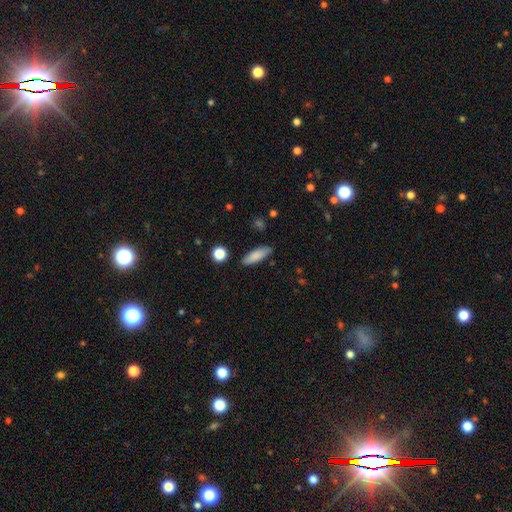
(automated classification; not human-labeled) smooth_or_featured: smooth (p=0.84) [alt: featured or disk p=0.09]
how_rounded: in between (p=0.58) [alt: cigar-shaped p=0.40]
merging: none (p=0.85) [alt: minor disturbance p=0.11]